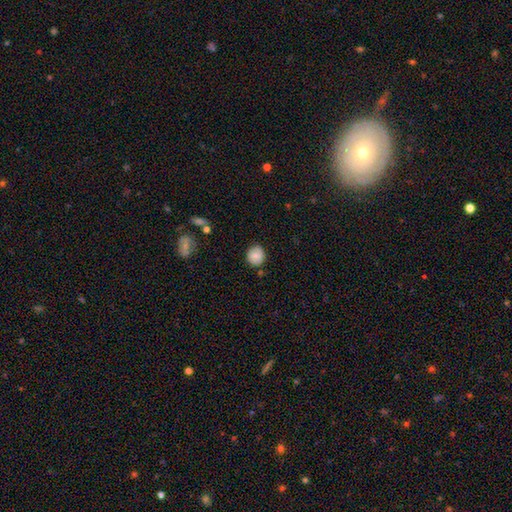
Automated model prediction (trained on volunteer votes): This is likely a smooth galaxy (80%). How rounded: likely round (80%). Merging: clearly none (81%).